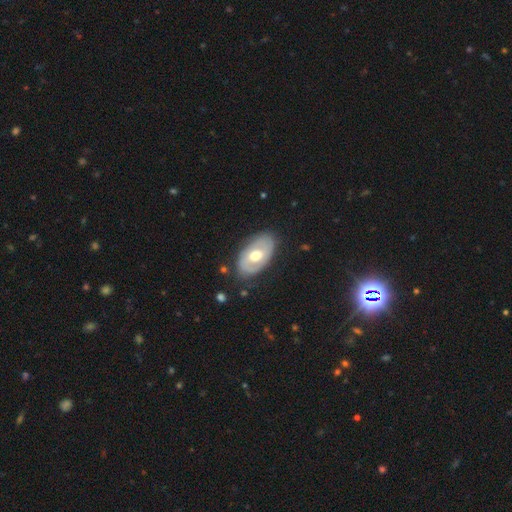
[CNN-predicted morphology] This is possibly a featured or disk galaxy (54%). It is clearly not viewed edge-on (91%). Merging: likely none (78%).